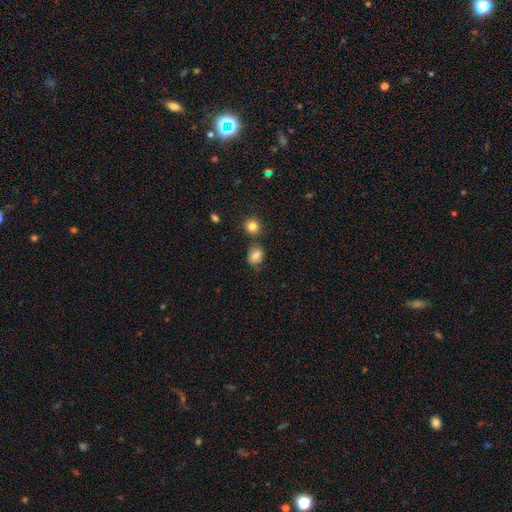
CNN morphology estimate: This appears to be a smooth galaxy with no disk features (79%) that is in between round and cigar-shaped (56%). Merging: none (65%).